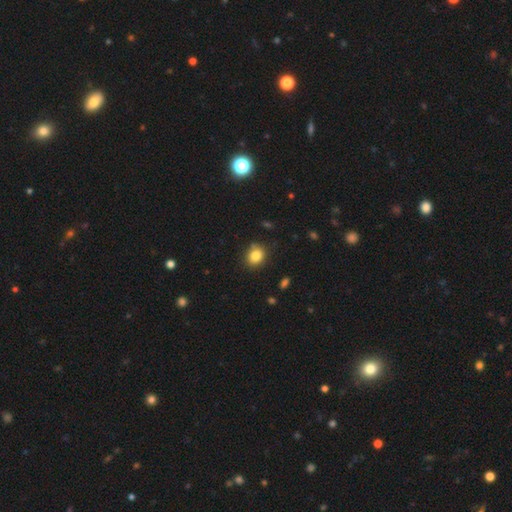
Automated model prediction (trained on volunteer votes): A smooth galaxy with no disk features (84%) that is round (66%).

Vote fractions:
- Smooth or featured? smooth: 84% / star or artifact: 11% / featured or disk: 6%
- How rounded? round: 66% / in between: 33% / cigar-shaped: 1%
- Merging? none: 81% / minor disturbance: 13% / major disturbance: 3% / merger: 3%